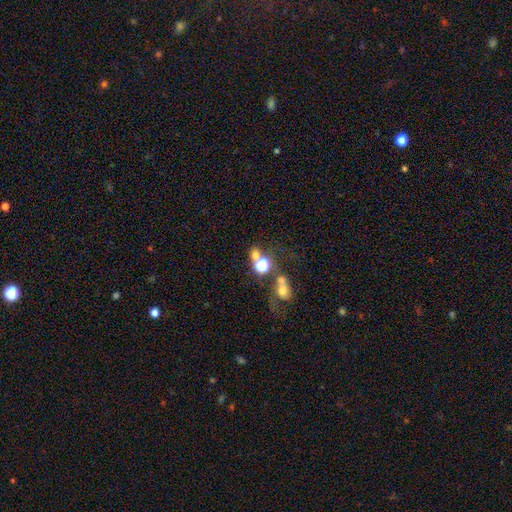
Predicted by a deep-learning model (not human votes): Morphology: type=smooth (60%); roundness=round (72%); merging=none (45%).